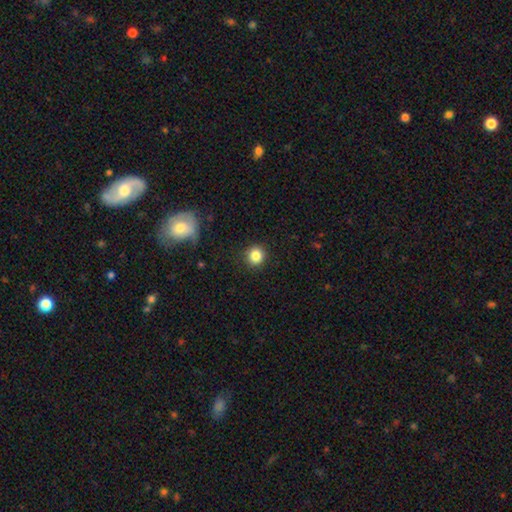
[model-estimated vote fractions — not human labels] The model was most divided on "smooth or featured": smooth: 84%, star or artifact: 11%, featured or disk: 5%. More confident: how rounded — round (91%); merging — none (91%).